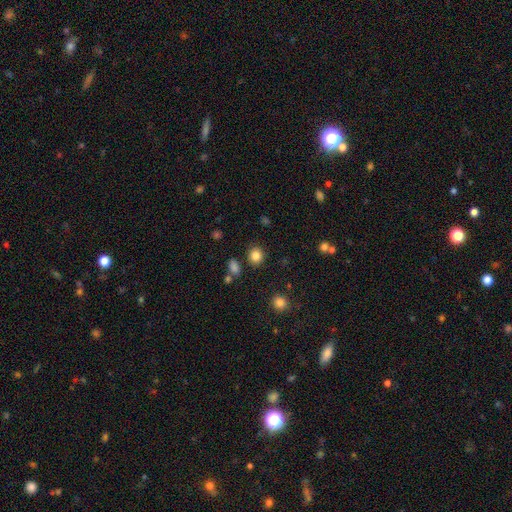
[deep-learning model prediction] smooth-or-featured: smooth: 84% | star or artifact: 11% | featured or disk: 4%
  how-rounded: round: 78% | in between: 21% | cigar-shaped: 1%
  merging: none: 86% | minor disturbance: 8% | merger: 4% | major disturbance: 3%